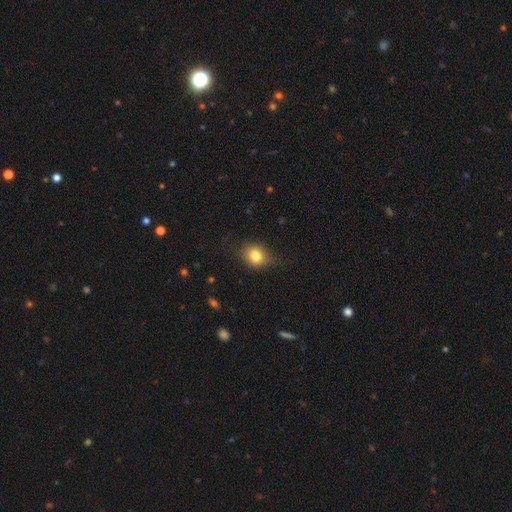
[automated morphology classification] This appears to be a smooth galaxy with no disk features (80%) that is round (54%). Merging: none (75%).